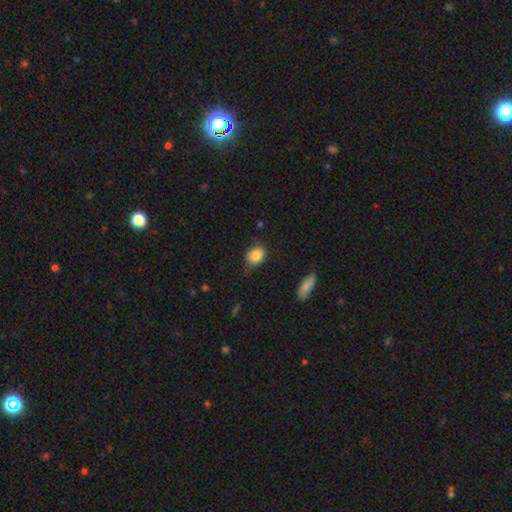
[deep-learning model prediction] The model was most divided on "how rounded": in between: 53%, round: 46%, cigar-shaped: 1%. More confident: smooth or featured — smooth (84%); merging — none (60%).